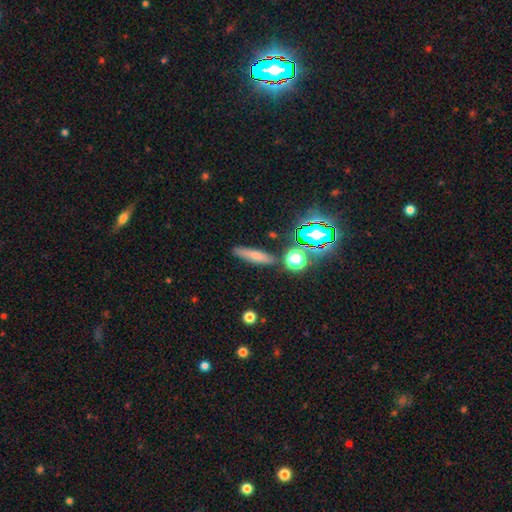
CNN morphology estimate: Q: Smooth or featured?
A: smooth (66%); runner-up: featured or disk (18%)
Q: How rounded?
A: cigar-shaped (77%); runner-up: in between (17%)
Q: Merging?
A: none (83%); runner-up: minor disturbance (9%)